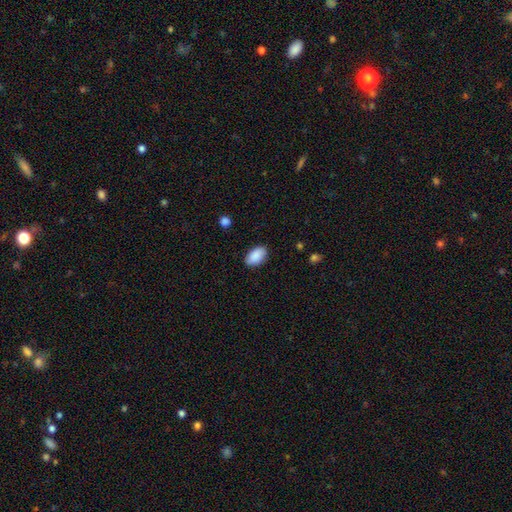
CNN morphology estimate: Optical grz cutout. It shows a smooth galaxy with no disk features (90%) that is in between round and cigar-shaped (94%). Merging: none (87%).